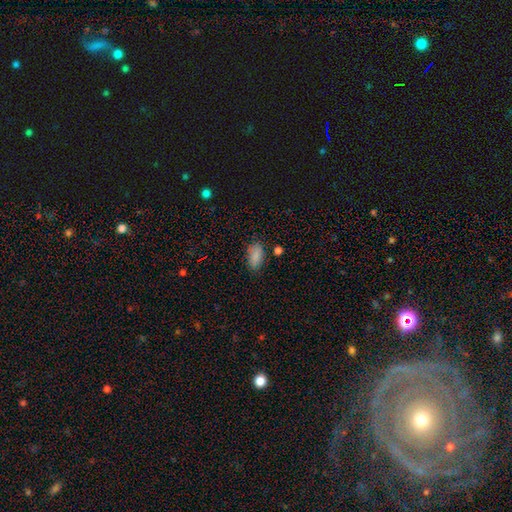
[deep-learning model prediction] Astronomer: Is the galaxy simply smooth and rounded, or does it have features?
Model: smooth — 86%.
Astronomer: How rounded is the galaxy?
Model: in between — 90%.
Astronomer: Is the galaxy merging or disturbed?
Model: none — 77%.